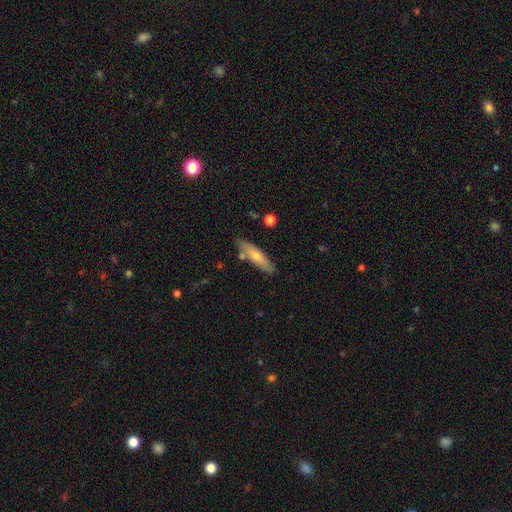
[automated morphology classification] Q: Smooth or featured?
A: smooth (56%); runner-up: featured or disk (37%)
Q: How rounded?
A: cigar-shaped (73%); runner-up: in between (25%)
Q: Merging?
A: none (83%); runner-up: minor disturbance (12%)